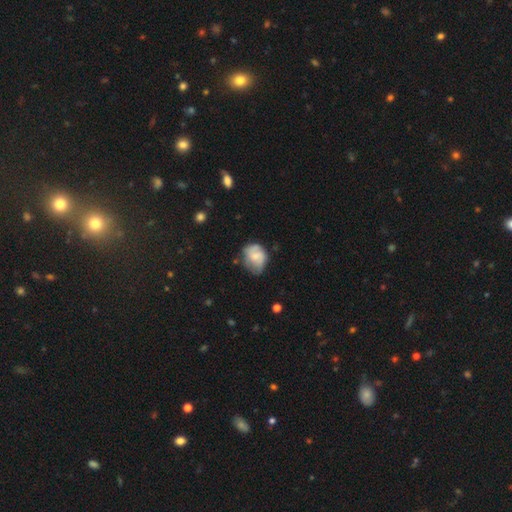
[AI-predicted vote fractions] This appears to be a smooth galaxy with no disk features (58%) that is in between round and cigar-shaped (50%). Merging: none (43%).